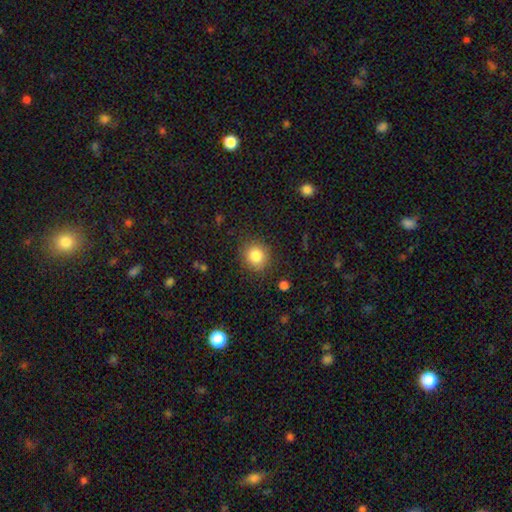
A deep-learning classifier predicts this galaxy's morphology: A smooth galaxy with no disk features (84%) that is round (86%).

Vote fractions:
- Smooth or featured? smooth: 84% / star or artifact: 10% / featured or disk: 6%
- How rounded? round: 86% / in between: 13% / cigar-shaped: 1%
- Merging? none: 87% / minor disturbance: 8% / major disturbance: 3% / merger: 1%